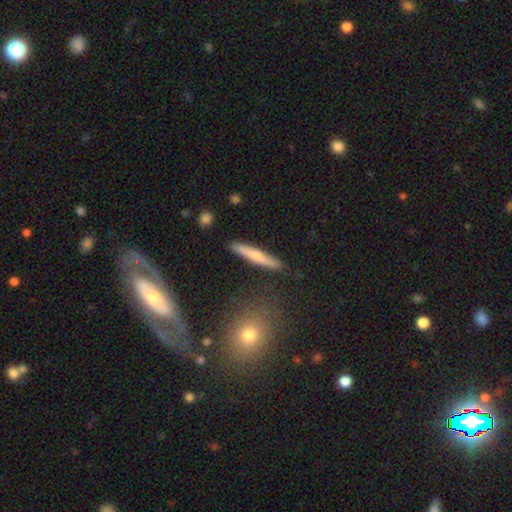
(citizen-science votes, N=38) Smooth or featured: smooth — 61% (featured or disk — 34%)
How rounded: cigar-shaped — 96% (in between — 4%)
Merging: none — 75% (minor disturbance — 22%)